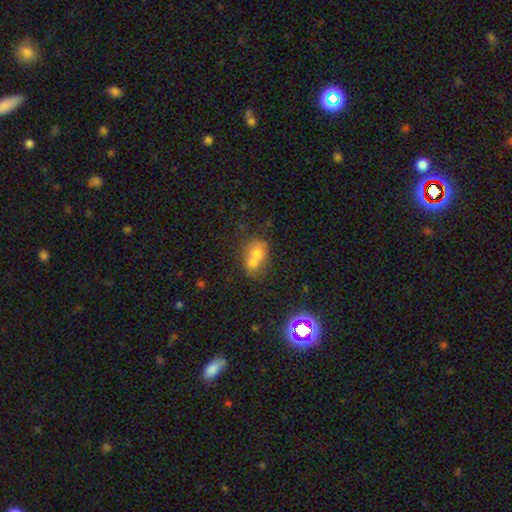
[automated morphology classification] smooth 65%, featured or disk 22%, star or artifact 13%. Down the decision tree: how rounded — round (51%); merging — merger (63%).